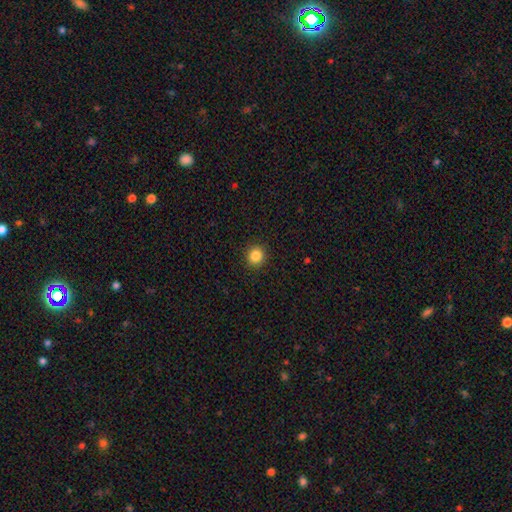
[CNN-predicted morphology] A smooth galaxy with no disk features (85%) that is round (90%).

Vote fractions:
- Smooth or featured? smooth: 85% / star or artifact: 11% / featured or disk: 4%
- How rounded? round: 90% / in between: 9% / cigar-shaped: 1%
- Merging? none: 92% / minor disturbance: 5% / major disturbance: 2% / merger: 1%